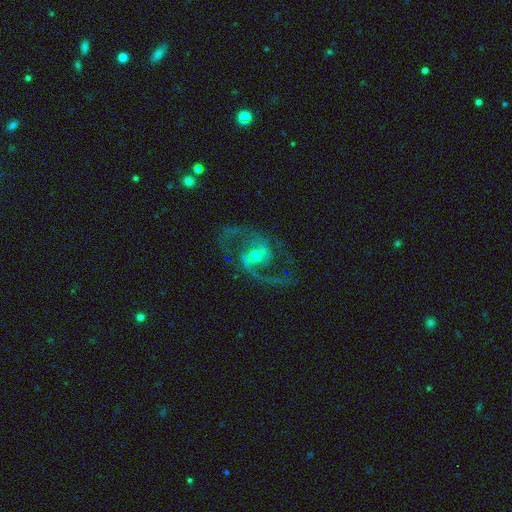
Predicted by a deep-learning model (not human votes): A featured or disk galaxy (89%) with a weak bar (49%), 2 (92%) medium (58%) spiral arms (95%) and a small central bulge (47%). Merging: none (72%).